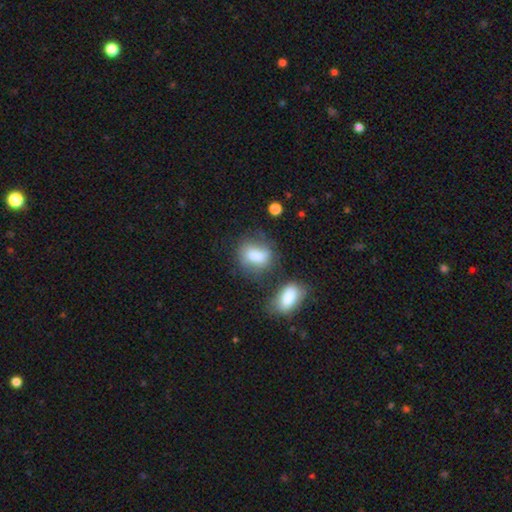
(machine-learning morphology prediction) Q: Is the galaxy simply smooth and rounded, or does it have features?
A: smooth — 76%.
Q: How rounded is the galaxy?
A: in between — 68%.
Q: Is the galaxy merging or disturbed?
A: none — 49%.